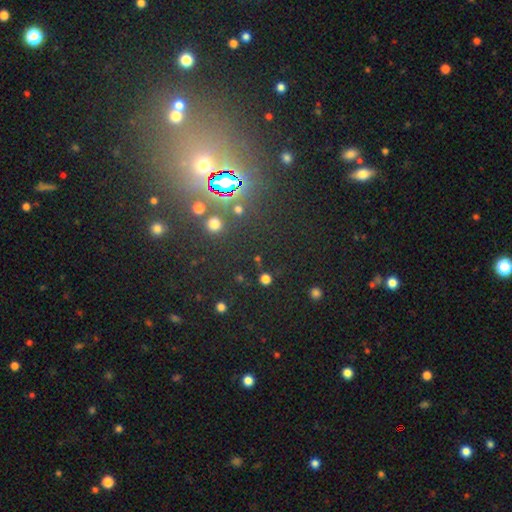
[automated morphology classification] smooth-or-featured: star or artifact: 68% | smooth: 23% | featured or disk: 9%